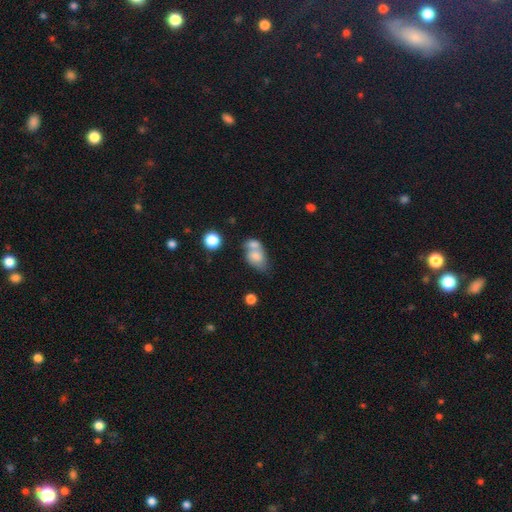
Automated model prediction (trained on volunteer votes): Smooth or featured: smooth — 69% (featured or disk — 22%)
How rounded: in between — 77% (round — 21%)
Merging: merger — 57% (none — 22%)